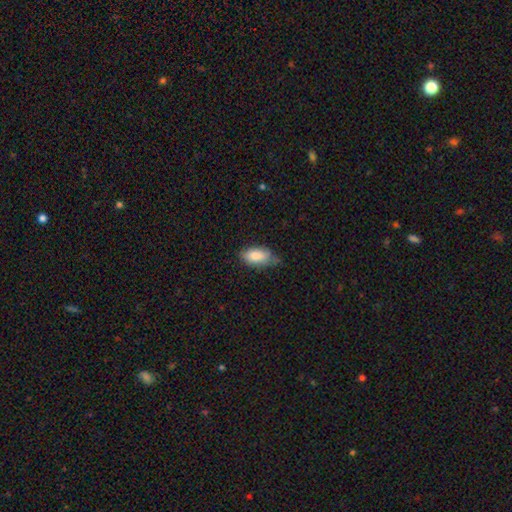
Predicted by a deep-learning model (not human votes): A smooth galaxy with no disk features (83%) that is in between round and cigar-shaped (91%).

Vote fractions:
- Smooth or featured? smooth: 83% / featured or disk: 10% / star or artifact: 7%
- How rounded? in between: 91% / cigar-shaped: 6% / round: 3%
- Merging? none: 56% / minor disturbance: 35% / major disturbance: 6% / merger: 2%